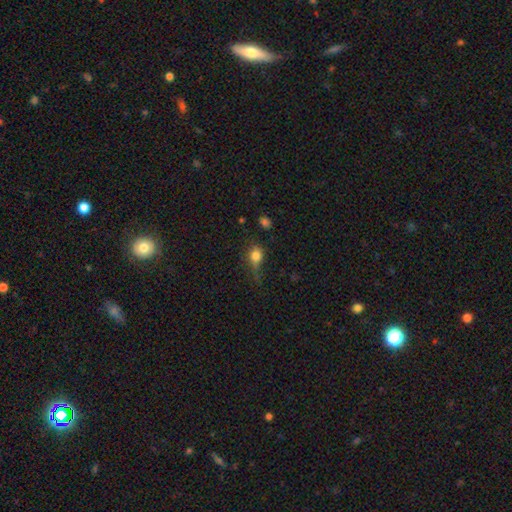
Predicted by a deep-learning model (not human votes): Smooth or featured? smooth (77%)
How rounded? round (58%)
Merging? none (44%)